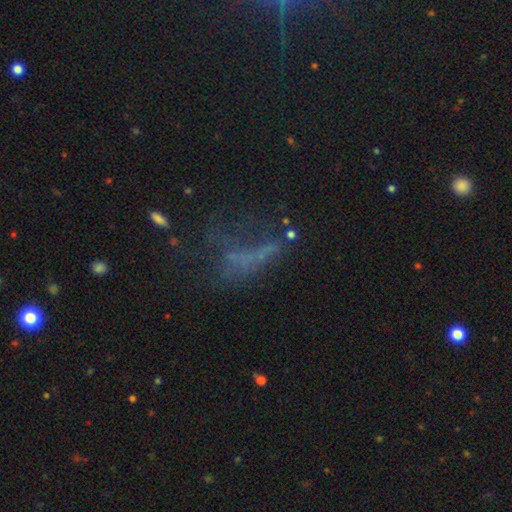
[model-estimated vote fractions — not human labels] Morphology: type=star or artifact (36%).